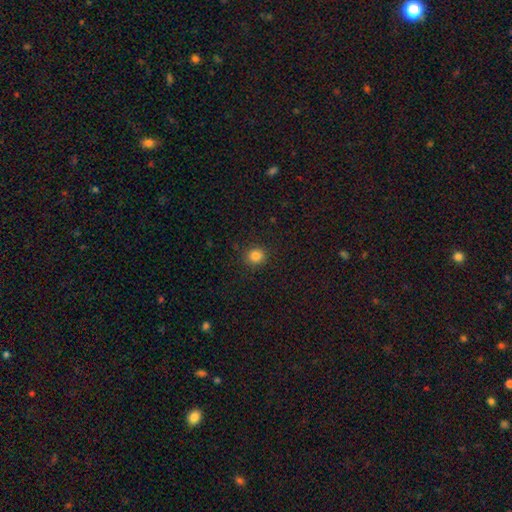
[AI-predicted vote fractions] This appears to be a smooth galaxy with no disk features (84%) that is round (89%). Merging: none (90%).